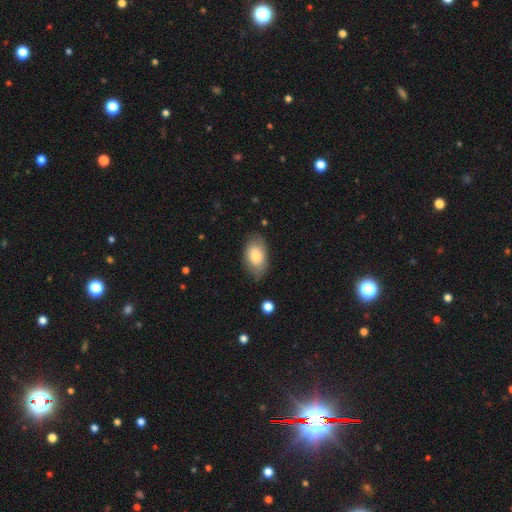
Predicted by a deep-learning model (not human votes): Overall: smooth (78%). How rounded: in between (93%). Merging: none (76%).